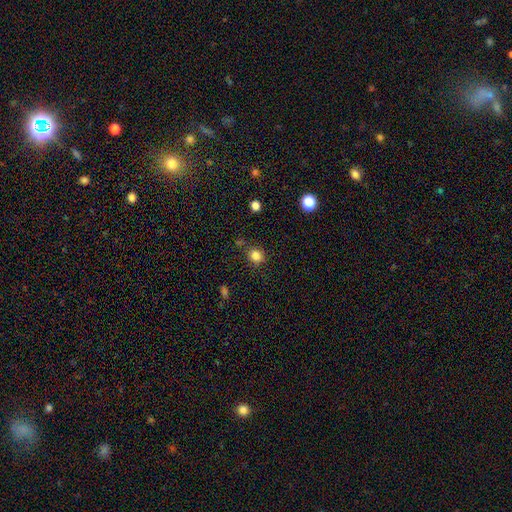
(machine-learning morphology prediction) Q: Smooth or featured?
A: smooth (83%); runner-up: star or artifact (12%)
Q: How rounded?
A: round (80%); runner-up: in between (19%)
Q: Merging?
A: none (76%); runner-up: minor disturbance (15%)